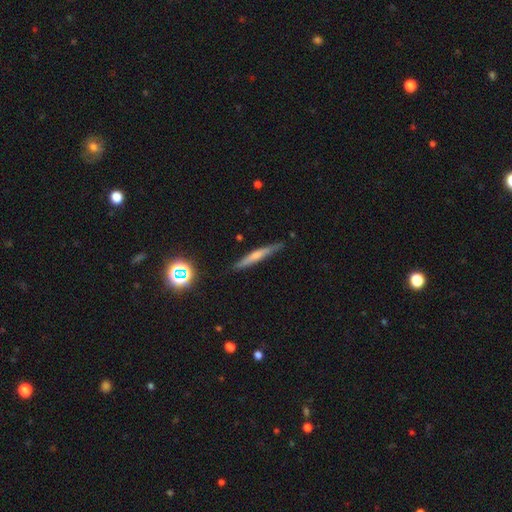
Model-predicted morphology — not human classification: type=smooth (53%); roundness=cigar-shaped (94%); merging=none (83%).